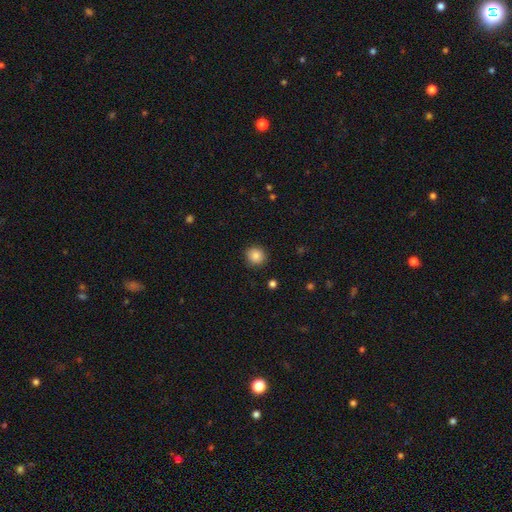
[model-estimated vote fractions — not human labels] Q: Smooth or featured?
A: smooth (85%); runner-up: star or artifact (9%)
Q: How rounded?
A: round (90%); runner-up: in between (9%)
Q: Merging?
A: none (90%); runner-up: minor disturbance (7%)